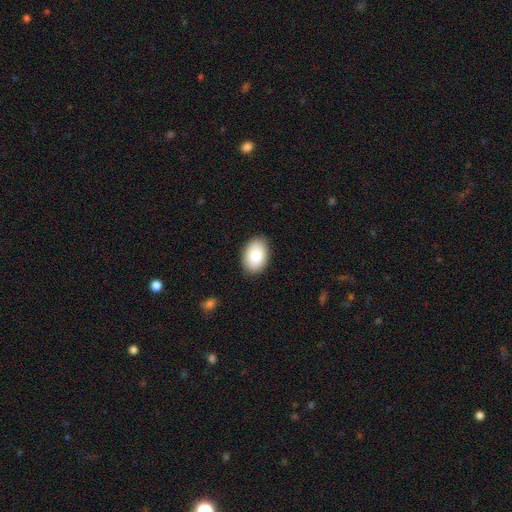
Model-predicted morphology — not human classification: Smooth or featured? smooth (84%)
How rounded? in between (89%)
Merging? none (87%)